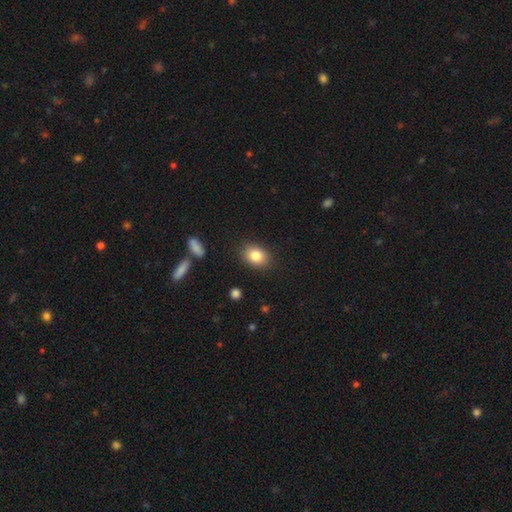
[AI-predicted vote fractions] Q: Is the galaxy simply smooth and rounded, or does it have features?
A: smooth — 84%.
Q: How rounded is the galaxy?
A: in between — 70%.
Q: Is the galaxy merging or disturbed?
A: none — 86%.